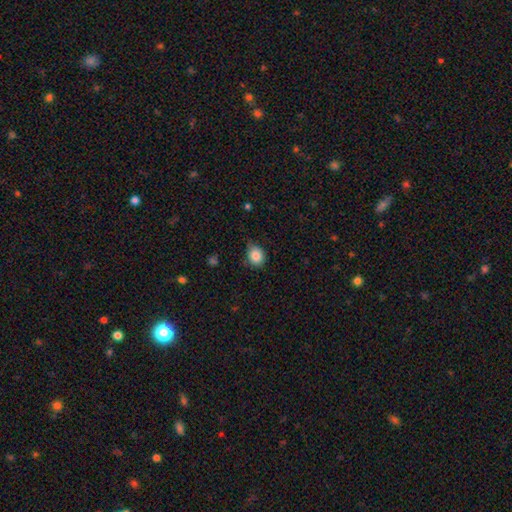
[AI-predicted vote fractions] A smooth galaxy with no disk features (86%) that is round (55%). Merging: none (69%).